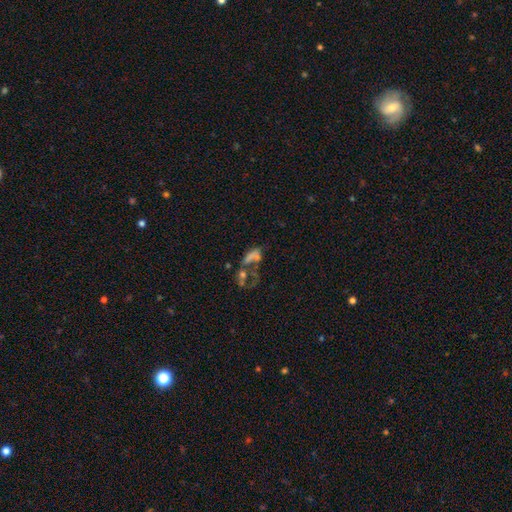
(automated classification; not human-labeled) Q: Smooth or featured?
A: featured or disk (45%); runner-up: smooth (33%)
Q: Merging?
A: merger (41%); runner-up: major disturbance (33%)